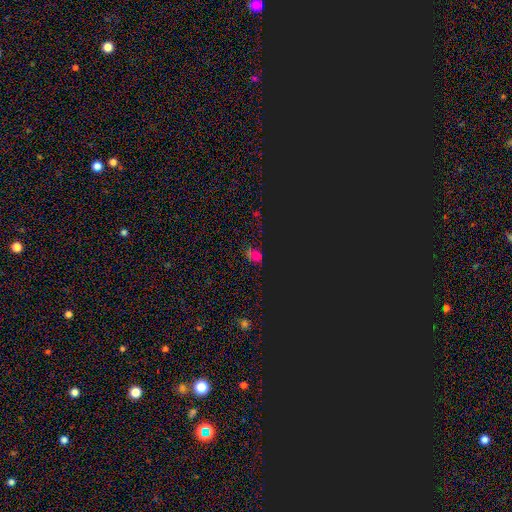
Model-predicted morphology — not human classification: star or artifact 48%, smooth 43%, featured or disk 9%.